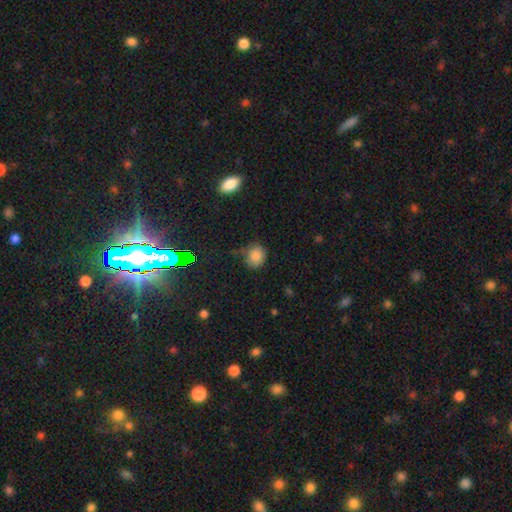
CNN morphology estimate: type=smooth (81%); roundness=round (69%); merging=none (66%).